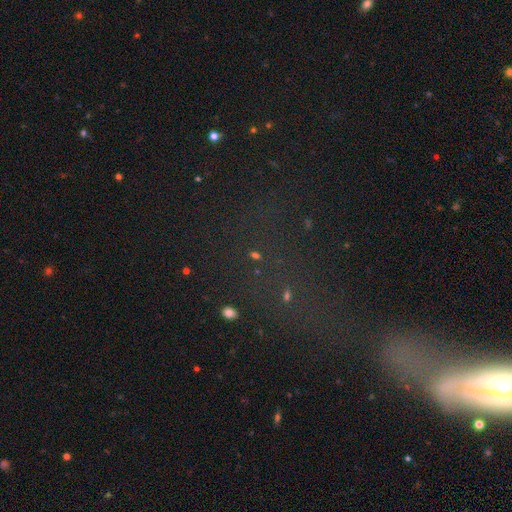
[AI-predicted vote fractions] Morphology: type=star or artifact (60%).